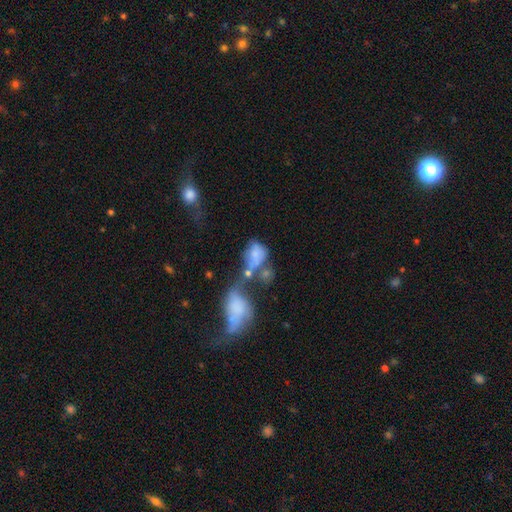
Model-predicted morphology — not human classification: A smooth galaxy with no disk features (62%) that is in between round and cigar-shaped (74%). Merging: merger (51%).